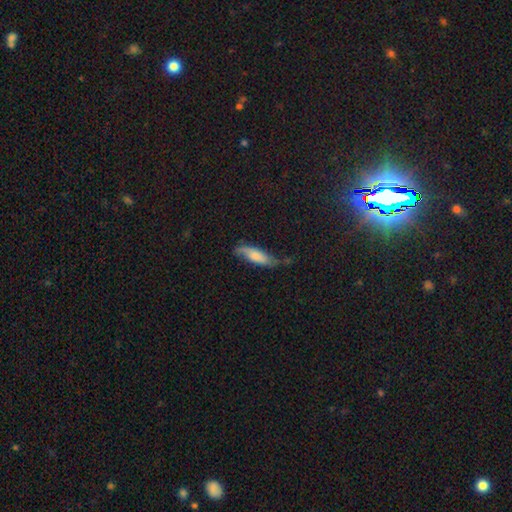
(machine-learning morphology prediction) Overall: smooth (57%; featured or disk 36%). How rounded: in between (51%; cigar-shaped 47%). Merging: none (48%; minor disturbance 34%).